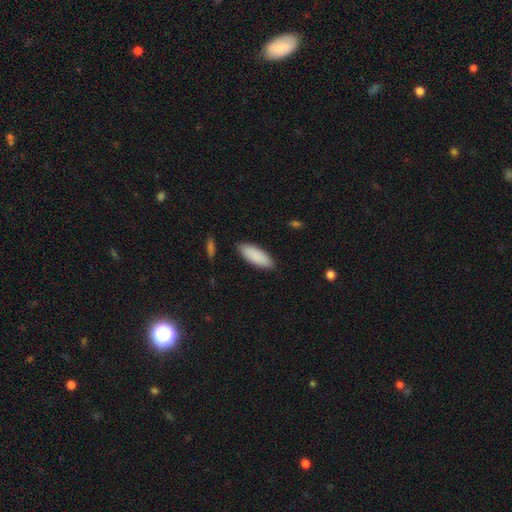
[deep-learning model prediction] A smooth galaxy with no disk features (89%) that is in between round and cigar-shaped (73%).

Vote fractions:
- Smooth or featured? smooth: 89% / star or artifact: 6% / featured or disk: 5%
- How rounded? in between: 73% / cigar-shaped: 26% / round: 1%
- Merging? none: 88% / minor disturbance: 9% / major disturbance: 2% / merger: 1%